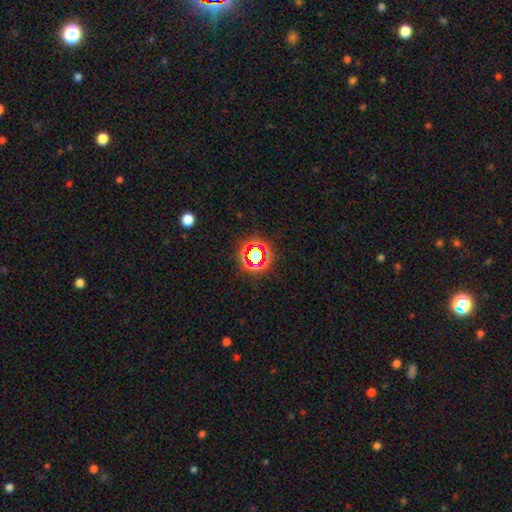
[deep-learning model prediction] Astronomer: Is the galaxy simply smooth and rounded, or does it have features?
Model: star or artifact — 59%.